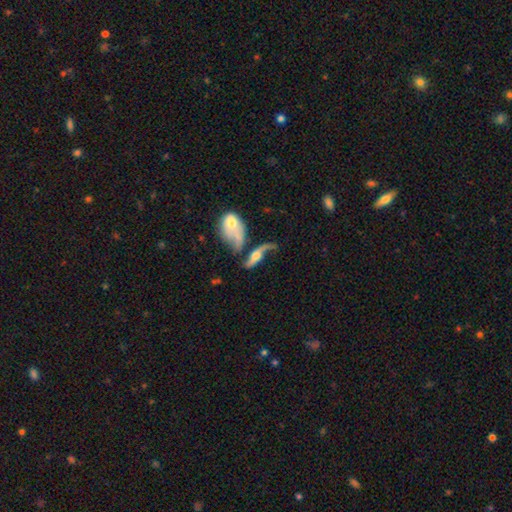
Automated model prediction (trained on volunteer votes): Smooth or featured: featured or disk — 71% (smooth — 21%)
Edge-on disk: no — 76% (yes — 24%)
Bar: no — 59% (weak — 28%)
Spiral arms: yes — 82% (no — 18%)
Bulge size: moderate — 50% (small — 24%)
Merging: merger — 35% (none — 28%)